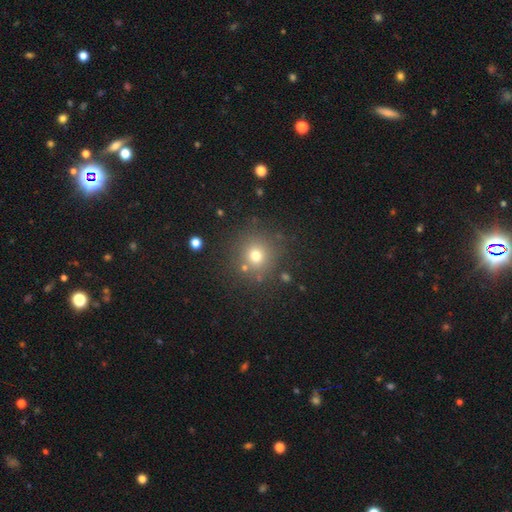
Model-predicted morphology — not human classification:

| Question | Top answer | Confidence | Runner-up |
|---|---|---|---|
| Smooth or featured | smooth | 72% | star or artifact (18%) |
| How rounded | round | 92% | in between (7%) |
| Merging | none | 83% | minor disturbance (8%) |